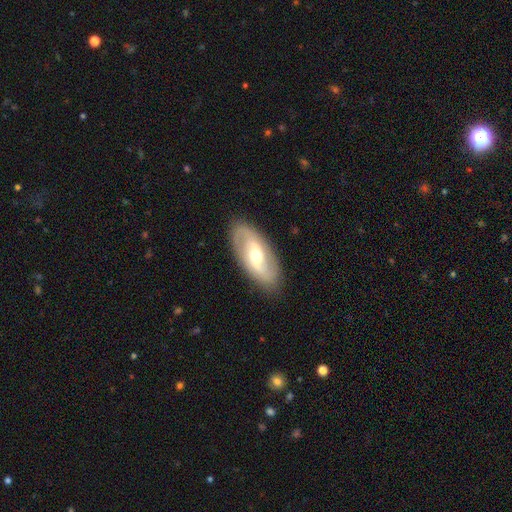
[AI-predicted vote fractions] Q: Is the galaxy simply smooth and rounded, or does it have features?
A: featured or disk — 75%.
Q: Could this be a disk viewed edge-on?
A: no — 91%.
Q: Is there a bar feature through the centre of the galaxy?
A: weak — 43%.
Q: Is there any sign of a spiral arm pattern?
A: yes — 84%.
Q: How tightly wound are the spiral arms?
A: medium — 40%.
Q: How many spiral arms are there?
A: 2 — 86%.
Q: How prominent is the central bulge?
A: moderate — 69%.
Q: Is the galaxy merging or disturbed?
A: none — 86%.